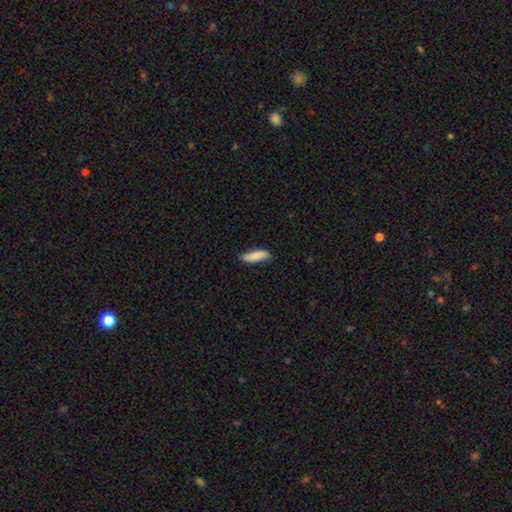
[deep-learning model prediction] smooth 85%, featured or disk 9%, star or artifact 6%. Down the decision tree: how rounded — cigar-shaped (57%); merging — none (80%).